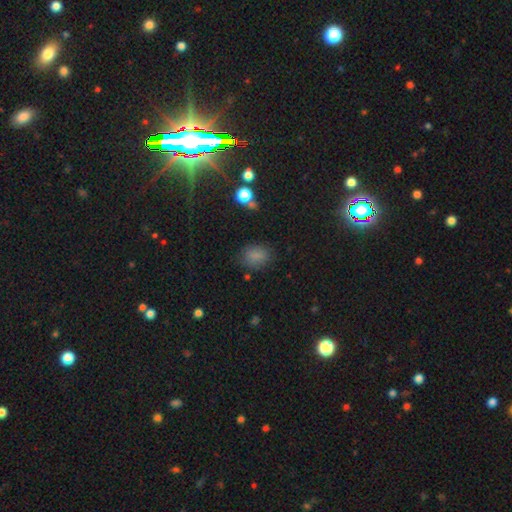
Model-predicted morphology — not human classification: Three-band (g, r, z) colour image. It shows a smooth galaxy with no disk features (78%) that is in between round and cigar-shaped (64%). Merging: none (75%).